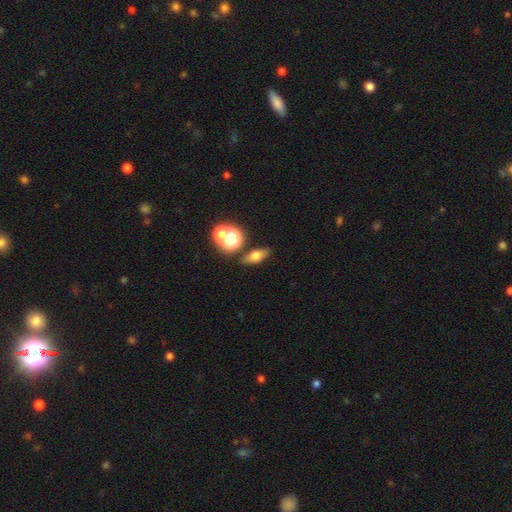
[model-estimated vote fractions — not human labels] smooth 59%, featured or disk 25%, star or artifact 16%. Down the decision tree: how rounded — in between (62%); merging — none (79%).